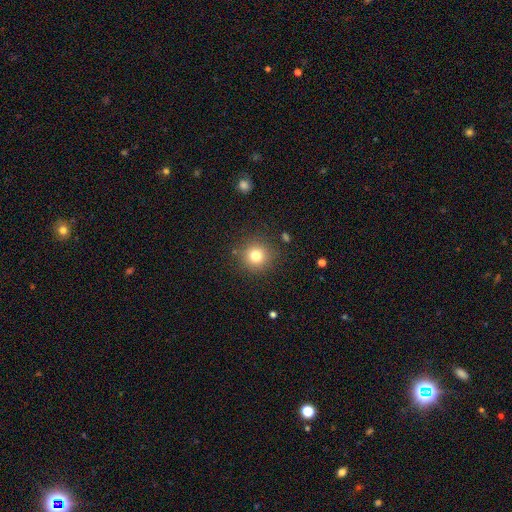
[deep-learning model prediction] Smooth or featured?
  - smooth: 79% *
  - star or artifact: 14%
  - featured or disk: 8%
How rounded?
  - round: 94% *
  - in between: 6%
  - cigar-shaped: 1%
Merging?
  - none: 88% *
  - minor disturbance: 8%
  - major disturbance: 3%
  - merger: 2%